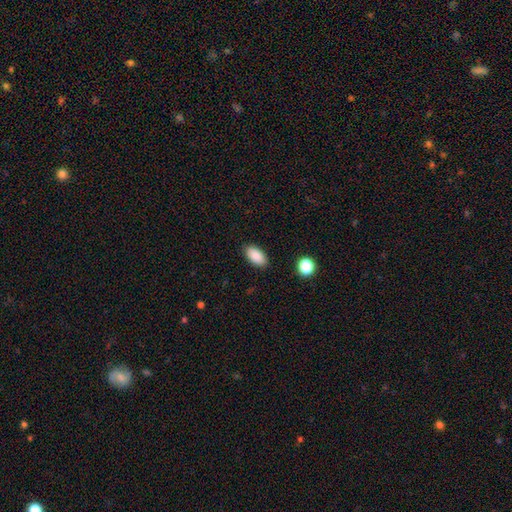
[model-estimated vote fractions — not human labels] Smooth or featured? Predicted: smooth (p=0.89). How rounded? Predicted: in between (p=0.94). Merging? Predicted: none (p=0.88).